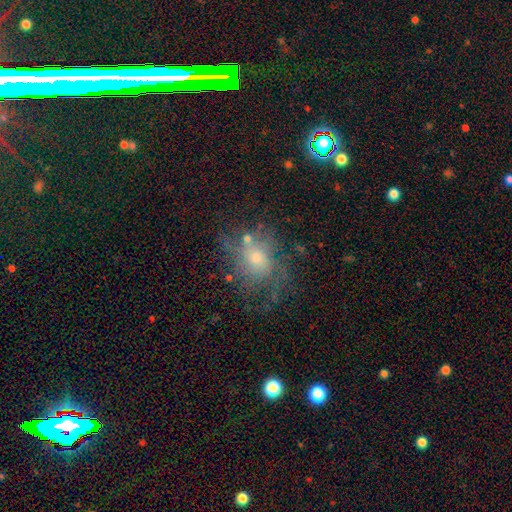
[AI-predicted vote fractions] Smooth or featured: featured or disk — 48% (smooth — 35%)
Merging: none — 54% (minor disturbance — 22%)